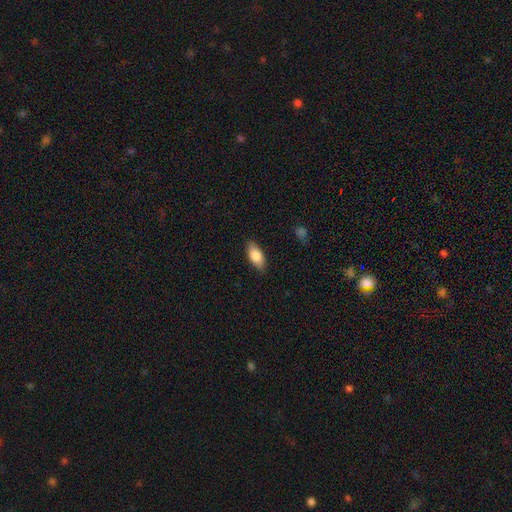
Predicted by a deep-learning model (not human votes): Smooth or featured? smooth (81%)
How rounded? in between (87%)
Merging? none (86%)